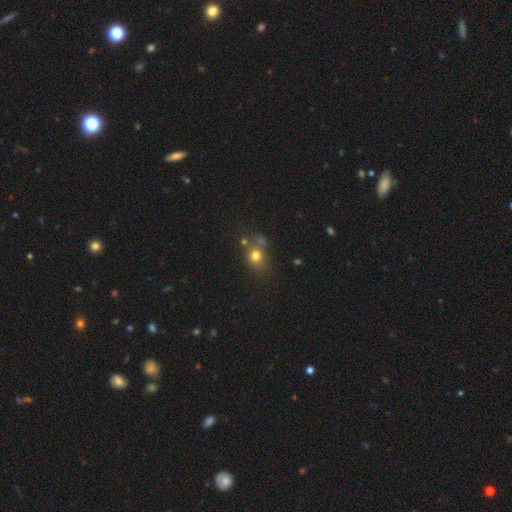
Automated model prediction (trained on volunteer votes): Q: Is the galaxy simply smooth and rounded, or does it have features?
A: smooth — 74%.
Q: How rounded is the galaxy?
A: round — 62%.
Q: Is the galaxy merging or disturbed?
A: none — 56%.